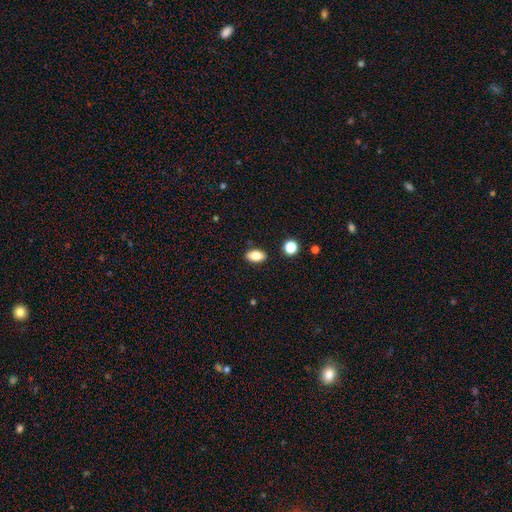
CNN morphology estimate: A smooth galaxy with no disk features (82%) that is in between round and cigar-shaped (89%).

Vote fractions:
- Smooth or featured? smooth: 82% / featured or disk: 9% / star or artifact: 9%
- How rounded? in between: 89% / round: 7% / cigar-shaped: 4%
- Merging? none: 88% / minor disturbance: 8% / merger: 2% / major disturbance: 2%